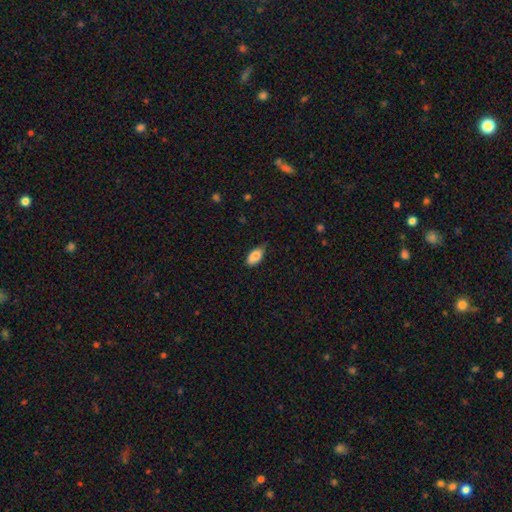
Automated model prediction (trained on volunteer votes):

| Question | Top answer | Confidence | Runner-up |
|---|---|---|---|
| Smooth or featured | smooth | 82% | featured or disk (11%) |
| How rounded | in between | 92% | round (4%) |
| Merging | none | 68% | minor disturbance (27%) |